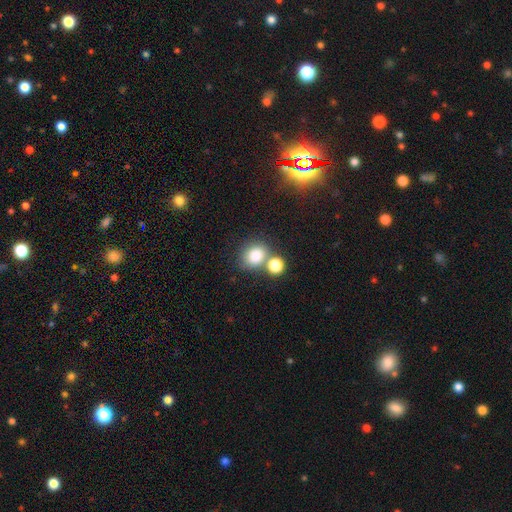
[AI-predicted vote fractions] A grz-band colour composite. It shows a smooth galaxy with no disk features (81%) that is round (68%). Merging: none (53%).